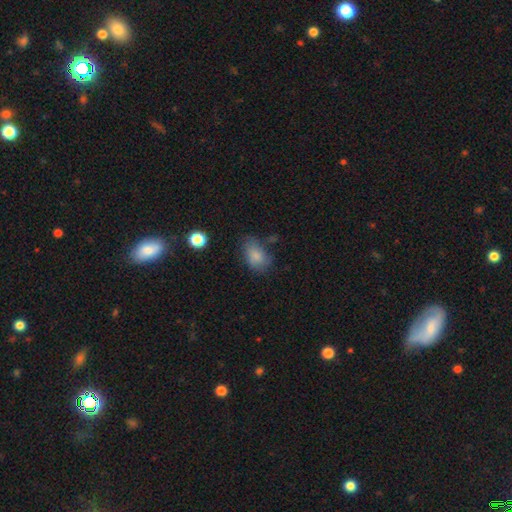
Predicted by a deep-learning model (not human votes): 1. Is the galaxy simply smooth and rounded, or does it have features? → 81% smooth, 10% featured or disk, 9% star or artifact.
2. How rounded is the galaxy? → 83% in between, 16% round, 1% cigar-shaped.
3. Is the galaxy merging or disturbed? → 57% none, 28% minor disturbance, 11% major disturbance, 4% merger.